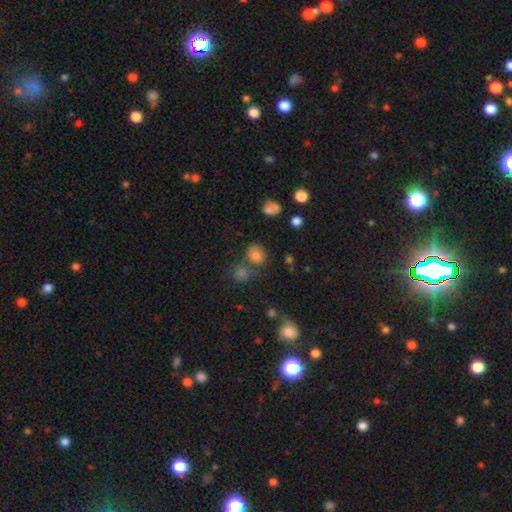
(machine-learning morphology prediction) Smooth or featured: smooth — 74% (star or artifact — 16%)
How rounded: round — 76% (in between — 23%)
Merging: none — 55% (merger — 26%)